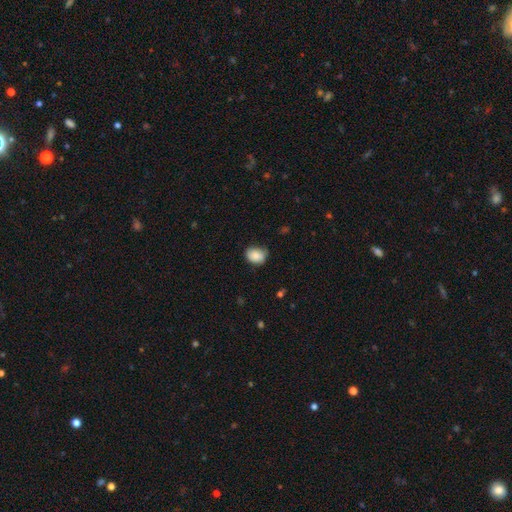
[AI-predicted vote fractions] smooth 84%, featured or disk 8%, star or artifact 8%. Down the decision tree: how rounded — in between (63%); merging — none (65%).